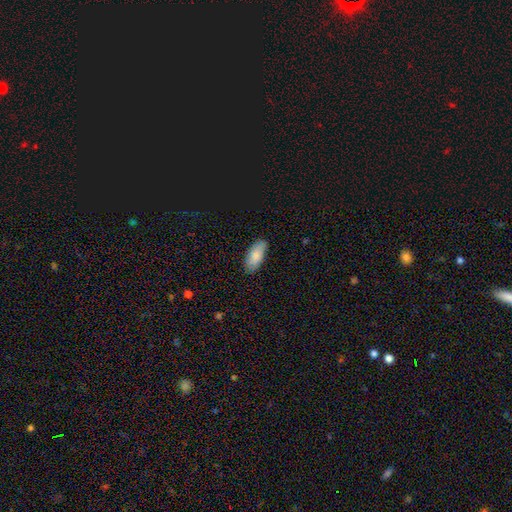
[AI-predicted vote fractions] Overall: smooth (82%). How rounded: in between (87%). Merging: none (83%).